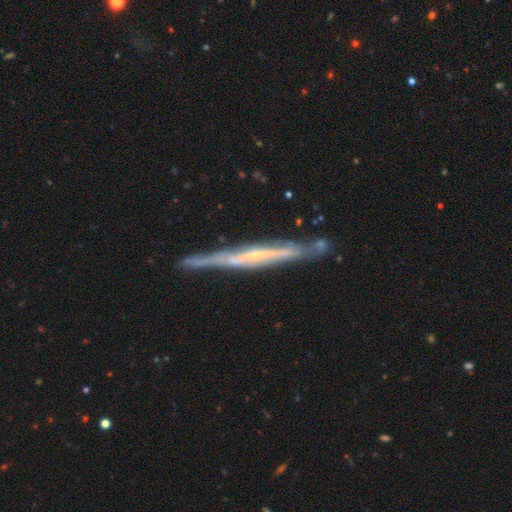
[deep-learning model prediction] Smooth or featured? Predicted: featured or disk (p=0.78). Edge-on disk? Predicted: yes (p=0.95). Edge-on bulge? Predicted: none (p=0.65). Merging? Predicted: none (p=0.81).